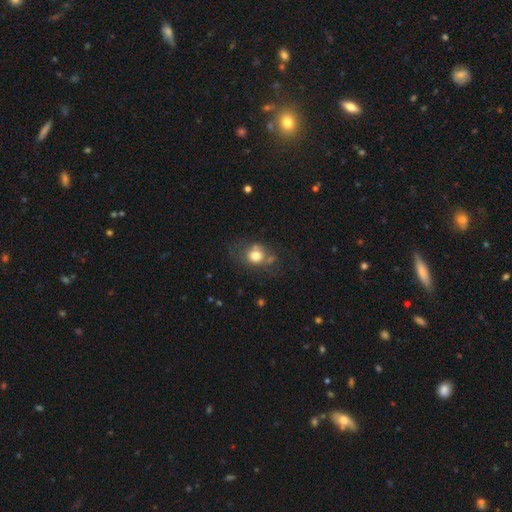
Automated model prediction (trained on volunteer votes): This is likely a smooth galaxy (71%). How rounded: likely round (65%). Merging: possibly none (50%).